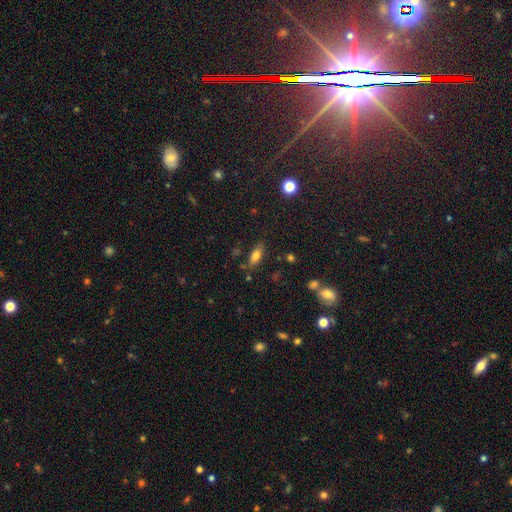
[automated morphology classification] Smooth or featured?
  - smooth: 71% *
  - featured or disk: 19%
  - star or artifact: 10%
How rounded?
  - in between: 71% *
  - cigar-shaped: 26%
  - round: 4%
Merging?
  - none: 76% *
  - minor disturbance: 15%
  - merger: 5%
  - major disturbance: 4%